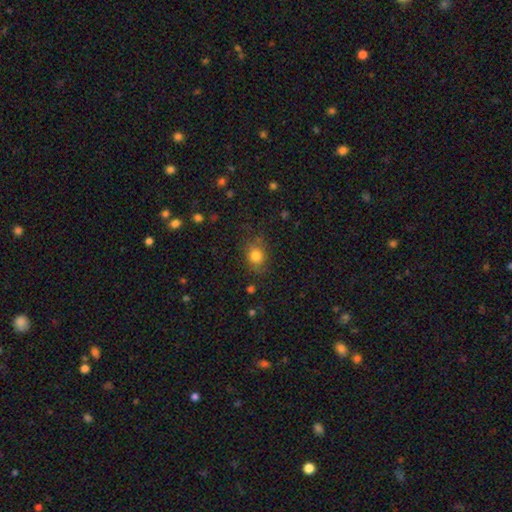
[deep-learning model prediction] Smooth or featured?
  - smooth: 80% *
  - star or artifact: 12%
  - featured or disk: 8%
How rounded?
  - round: 60% *
  - in between: 39%
  - cigar-shaped: 1%
Merging?
  - none: 72% *
  - minor disturbance: 19%
  - major disturbance: 7%
  - merger: 2%